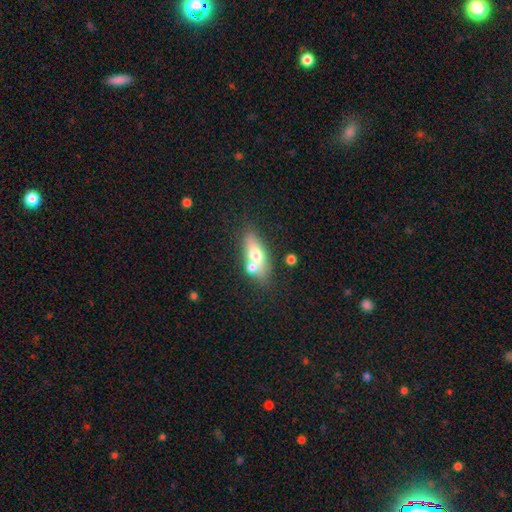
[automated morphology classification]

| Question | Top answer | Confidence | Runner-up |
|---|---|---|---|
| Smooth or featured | smooth | 61% | featured or disk (31%) |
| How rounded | in between | 70% | cigar-shaped (21%) |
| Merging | none | 46% | merger (36%) |